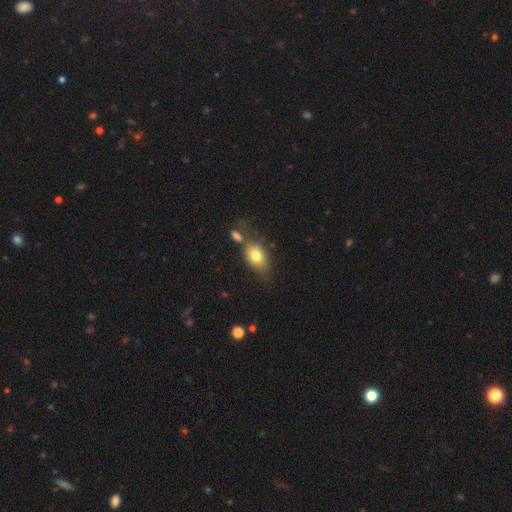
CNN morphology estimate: A smooth galaxy with no disk features (76%) that is in between round and cigar-shaped (79%).

Vote fractions:
- Smooth or featured? smooth: 76% / featured or disk: 16% / star or artifact: 9%
- How rounded? in between: 79% / round: 19% / cigar-shaped: 2%
- Merging? none: 51% / minor disturbance: 21% / merger: 19% / major disturbance: 10%